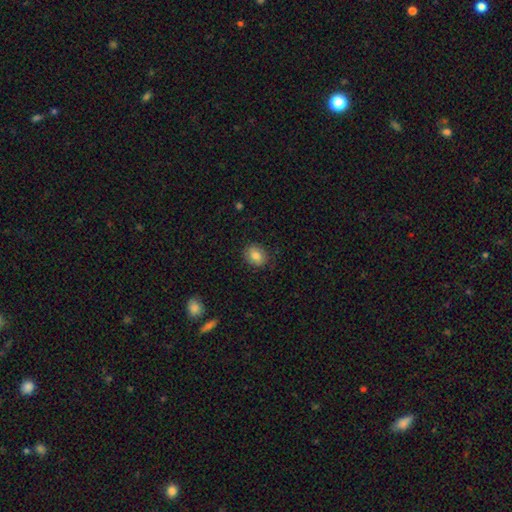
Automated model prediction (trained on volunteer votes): Smooth or featured? smooth (82%)
How rounded? round (53%)
Merging? none (84%)